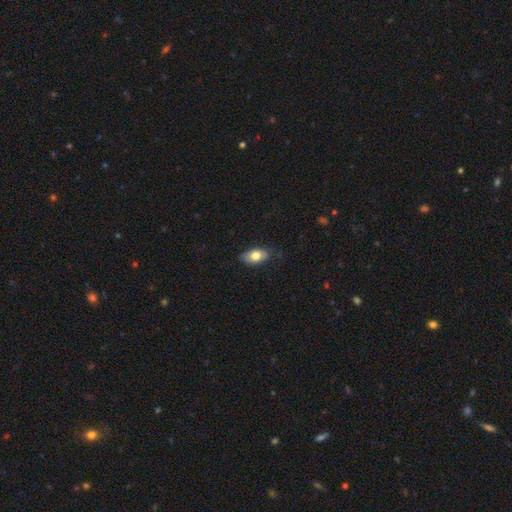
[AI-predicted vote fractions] Morphology: type=smooth (73%); roundness=in between (90%); merging=none (79%).